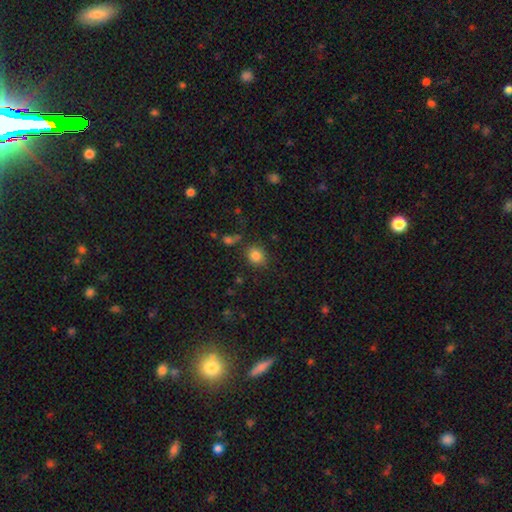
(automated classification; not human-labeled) Smooth or featured? smooth (84%)
How rounded? round (70%)
Merging? none (81%)